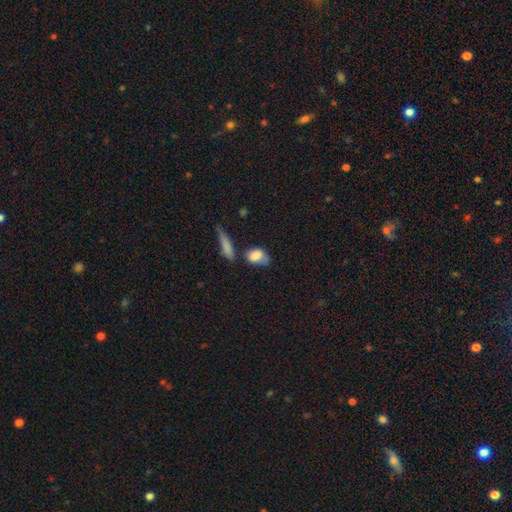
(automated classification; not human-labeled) A smooth galaxy with no disk features (81%) that is in between round and cigar-shaped (82%). Merging: none (40%).